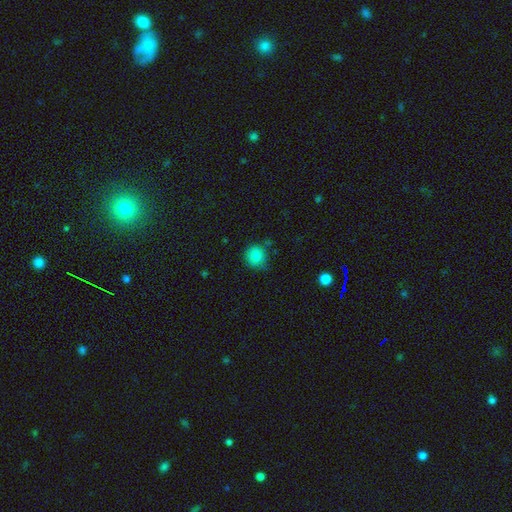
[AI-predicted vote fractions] A smooth galaxy with no disk features (83%) that is round (92%). Merging: none (78%).